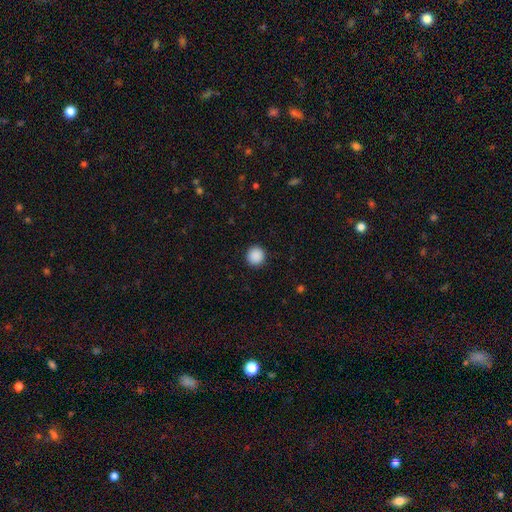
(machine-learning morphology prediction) smooth 89%, star or artifact 8%, featured or disk 2%. Down the decision tree: how rounded — round (94%); merging — none (92%).